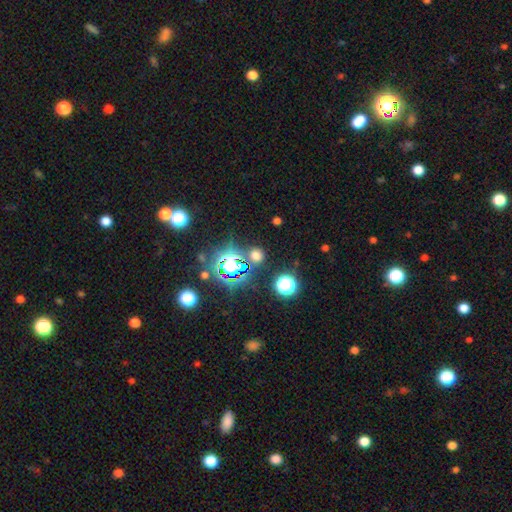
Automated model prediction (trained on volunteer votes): Q: Smooth or featured?
A: smooth (51%); runner-up: star or artifact (43%)
Q: How rounded?
A: round (84%); runner-up: in between (14%)
Q: Merging?
A: none (80%); runner-up: minor disturbance (9%)